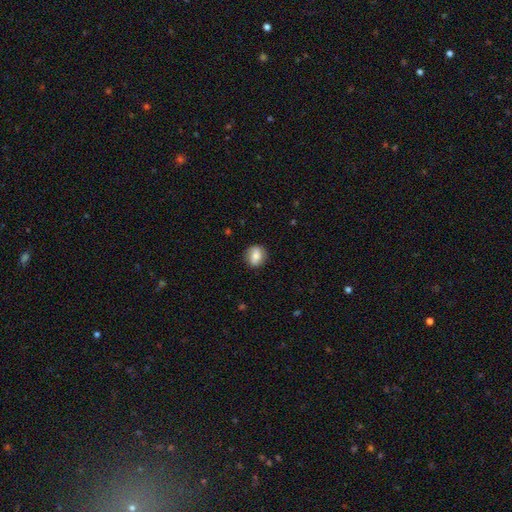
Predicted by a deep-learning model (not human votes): Smooth or featured?
  - smooth: 73% *
  - featured or disk: 19%
  - star or artifact: 8%
How rounded?
  - round: 67% *
  - in between: 32%
  - cigar-shaped: 1%
Merging?
  - none: 84% *
  - minor disturbance: 12%
  - major disturbance: 3%
  - merger: 1%